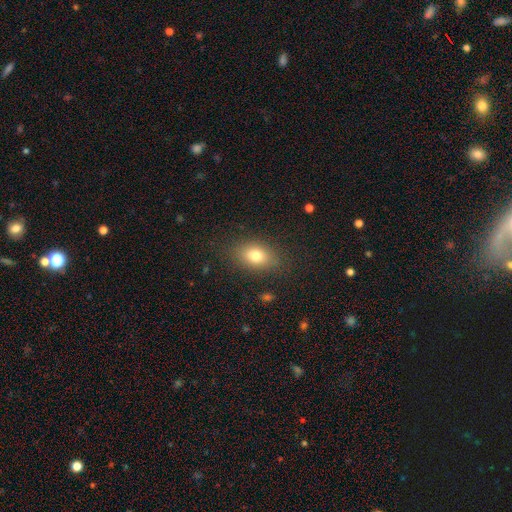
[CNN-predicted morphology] A smooth galaxy with no disk features (76%) that is in between round and cigar-shaped (80%).

Vote fractions:
- Smooth or featured? smooth: 76% / featured or disk: 13% / star or artifact: 11%
- How rounded? in between: 80% / round: 17% / cigar-shaped: 2%
- Merging? none: 83% / minor disturbance: 11% / major disturbance: 4% / merger: 1%